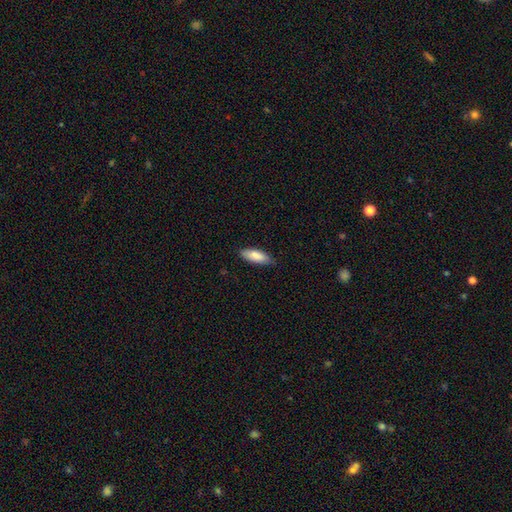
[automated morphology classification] A smooth galaxy with no disk features (84%) that is in between round and cigar-shaped (68%).

Vote fractions:
- Smooth or featured? smooth: 84% / featured or disk: 10% / star or artifact: 6%
- How rounded? in between: 68% / cigar-shaped: 30% / round: 2%
- Merging? none: 81% / minor disturbance: 16% / major disturbance: 2% / merger: 1%